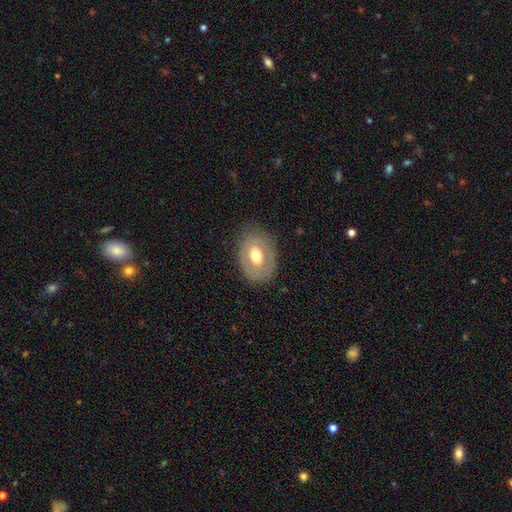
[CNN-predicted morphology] Overall: smooth (50%; featured or disk 43%). How rounded: in between (72%). Merging: none (77%).